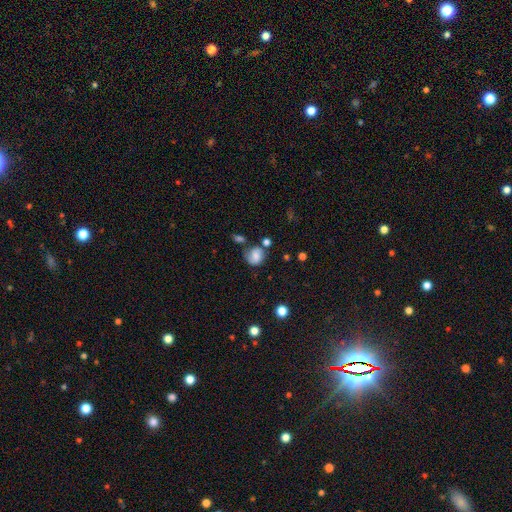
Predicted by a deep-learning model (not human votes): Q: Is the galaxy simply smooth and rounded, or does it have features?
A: smooth — 61%.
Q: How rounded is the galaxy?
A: round — 72%.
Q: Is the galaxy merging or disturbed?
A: none — 55%.